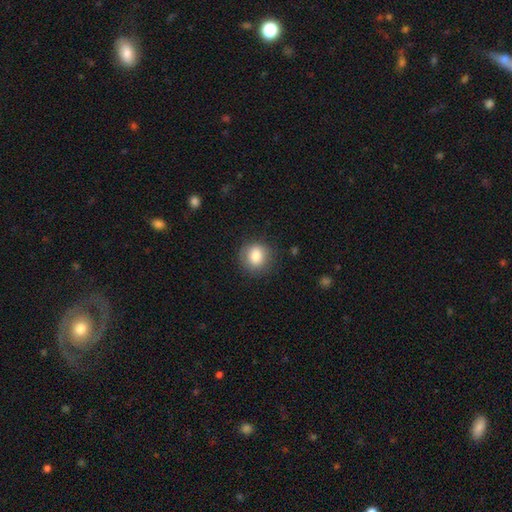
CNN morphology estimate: smooth 81%, featured or disk 10%, star or artifact 9%. Down the decision tree: how rounded — round (84%); merging — none (83%).